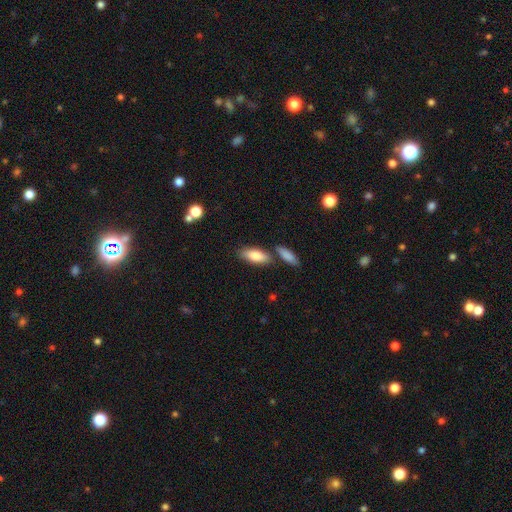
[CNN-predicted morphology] smooth-or-featured: smooth: 83% | featured or disk: 11% | star or artifact: 6%
  how-rounded: in between: 79% | cigar-shaped: 19% | round: 2%
  merging: none: 68% | merger: 17% | minor disturbance: 12% | major disturbance: 3%